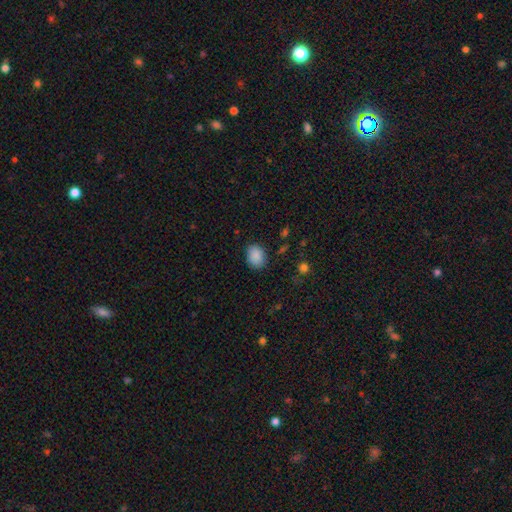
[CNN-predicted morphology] Smooth or featured? smooth (88%)
How rounded? in between (59%)
Merging? none (83%)